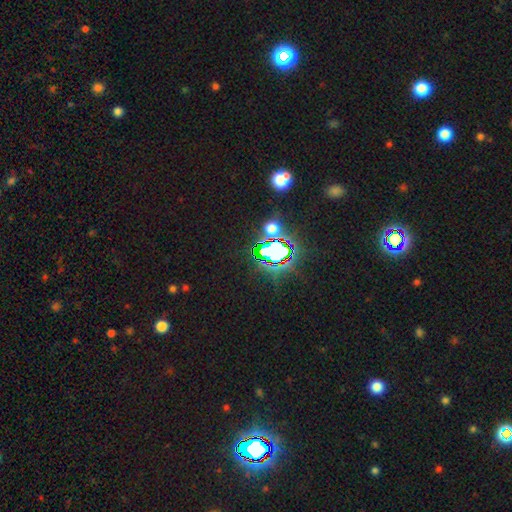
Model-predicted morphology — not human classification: A star or artifact, not a galaxy (83%).